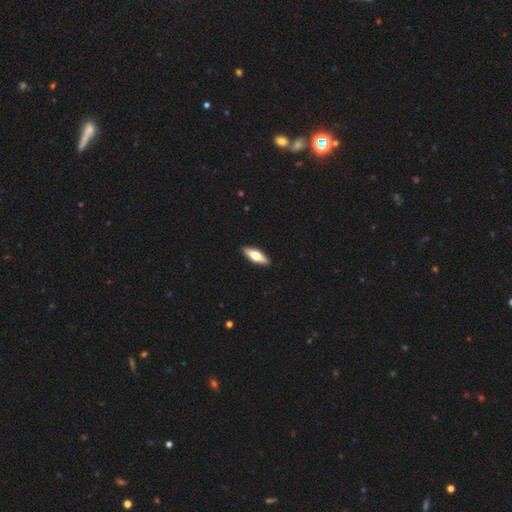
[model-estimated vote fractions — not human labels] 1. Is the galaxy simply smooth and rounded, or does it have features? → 64% smooth, 31% featured or disk, 5% star or artifact.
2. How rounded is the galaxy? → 62% in between, 36% cigar-shaped, 2% round.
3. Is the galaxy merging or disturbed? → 91% none, 7% minor disturbance, 1% major disturbance, 1% merger.